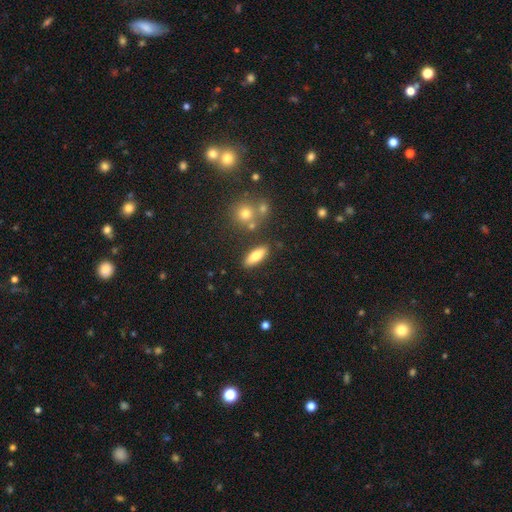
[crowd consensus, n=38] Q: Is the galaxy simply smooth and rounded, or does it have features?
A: smooth — 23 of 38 (61%).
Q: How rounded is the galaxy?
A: in between — 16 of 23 (70%).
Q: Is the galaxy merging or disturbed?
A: none — 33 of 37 (89%).